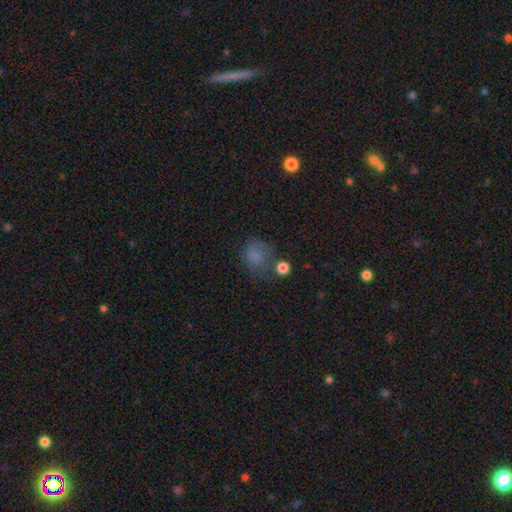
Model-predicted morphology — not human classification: A smooth galaxy with no disk features (68%) that is round (64%).

Vote fractions:
- Smooth or featured? smooth: 68% / star or artifact: 18% / featured or disk: 13%
- How rounded? round: 64% / in between: 35% / cigar-shaped: 1%
- Merging? none: 44% / minor disturbance: 24% / major disturbance: 22% / merger: 10%